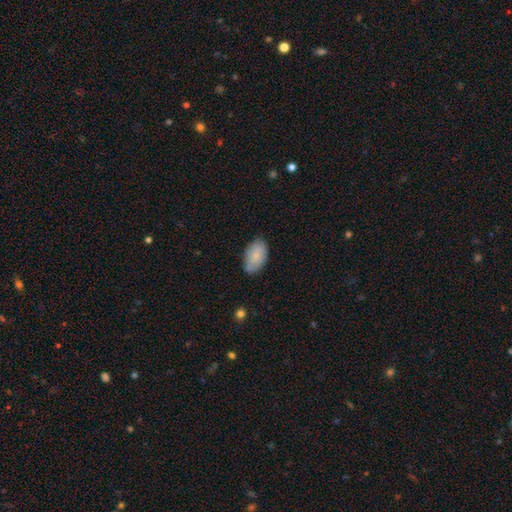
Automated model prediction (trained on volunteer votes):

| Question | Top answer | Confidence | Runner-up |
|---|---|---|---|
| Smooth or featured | smooth | 78% | featured or disk (15%) |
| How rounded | in between | 94% | round (5%) |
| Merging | none | 71% | minor disturbance (23%) |